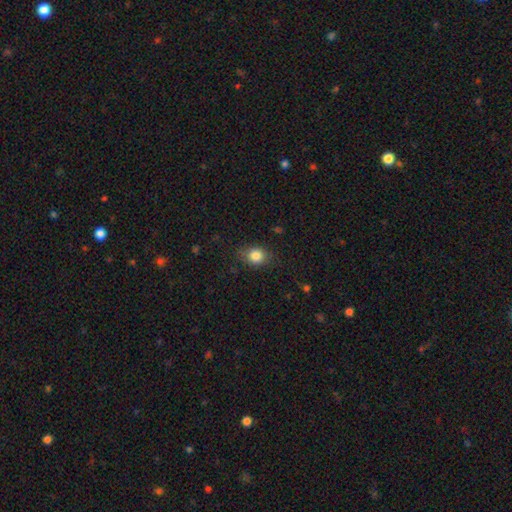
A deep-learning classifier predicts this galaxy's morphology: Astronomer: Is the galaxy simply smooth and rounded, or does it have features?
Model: smooth — 84%.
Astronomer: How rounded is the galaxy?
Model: round — 55% (runner-up: in between, 44%).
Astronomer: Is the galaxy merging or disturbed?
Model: none — 79%.